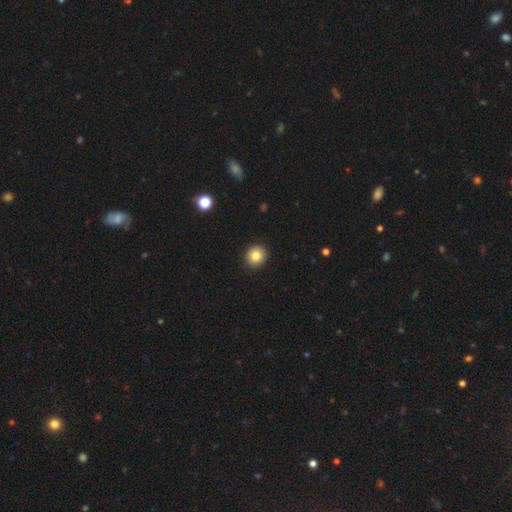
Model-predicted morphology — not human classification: A smooth galaxy with no disk features (83%) that is round (88%).

Vote fractions:
- Smooth or featured? smooth: 83% / star or artifact: 10% / featured or disk: 7%
- How rounded? round: 88% / in between: 11% / cigar-shaped: 1%
- Merging? none: 92% / minor disturbance: 5% / major disturbance: 2% / merger: 1%